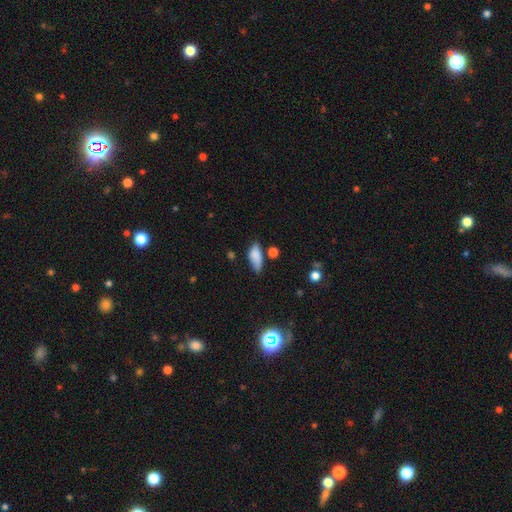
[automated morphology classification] Q: Smooth or featured?
A: smooth (82%); runner-up: featured or disk (10%)
Q: How rounded?
A: in between (76%); runner-up: cigar-shaped (20%)
Q: Merging?
A: none (52%); runner-up: minor disturbance (32%)